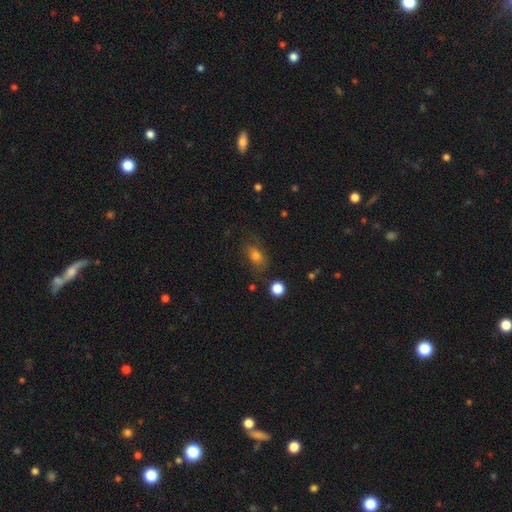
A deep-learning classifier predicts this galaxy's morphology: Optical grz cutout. It shows a smooth galaxy with no disk features (73%) that is in between round and cigar-shaped (77%). Merging: none (70%).